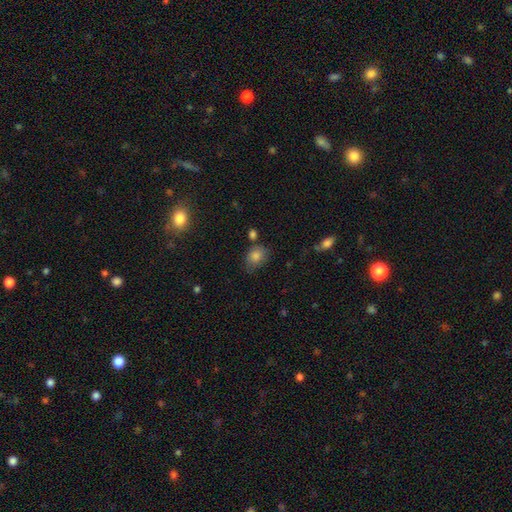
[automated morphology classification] The model was most divided on "merging": none: 62%, minor disturbance: 26%, major disturbance: 6%, merger: 6%. More confident: smooth or featured — smooth (82%); how rounded — in between (70%).